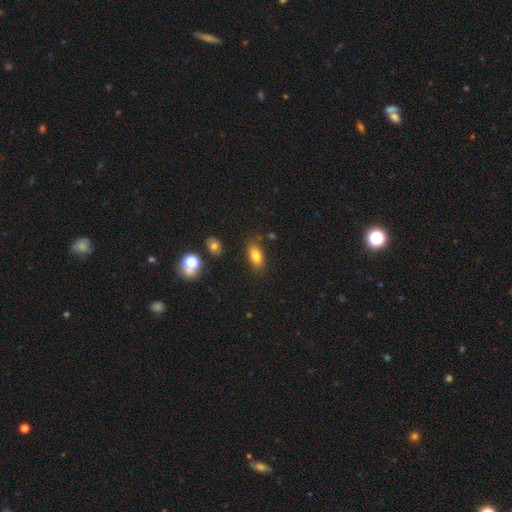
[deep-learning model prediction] A smooth galaxy with no disk features (80%) that is in between round and cigar-shaped (86%).

Vote fractions:
- Smooth or featured? smooth: 80% / featured or disk: 10% / star or artifact: 9%
- How rounded? in between: 86% / cigar-shaped: 8% / round: 6%
- Merging? none: 82% / minor disturbance: 12% / merger: 3% / major disturbance: 3%